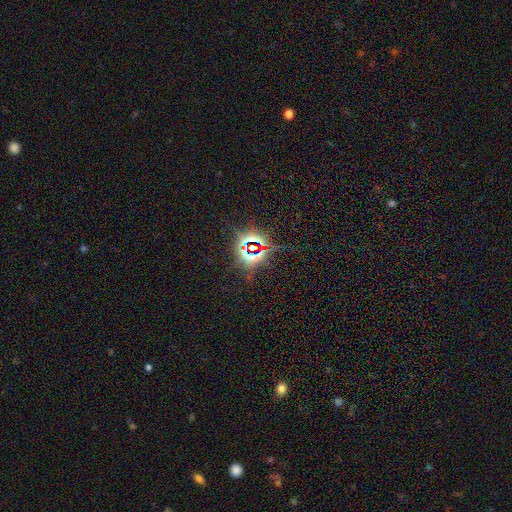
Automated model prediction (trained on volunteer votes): smooth_or_featured: star or artifact (p=0.80) [alt: smooth p=0.11]